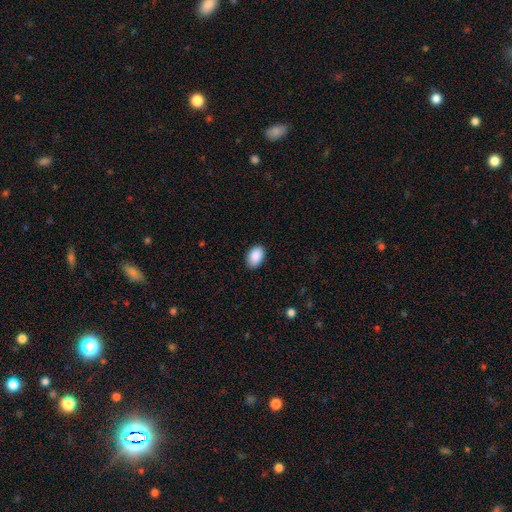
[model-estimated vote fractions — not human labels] Smooth or featured? Predicted: smooth (p=0.90). How rounded? Predicted: in between (p=0.90). Merging? Predicted: none (p=0.87).